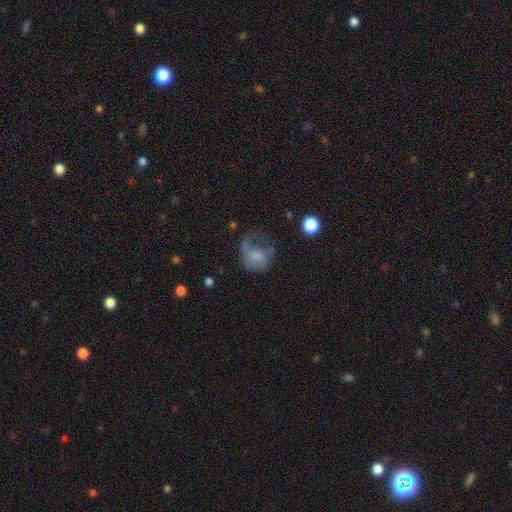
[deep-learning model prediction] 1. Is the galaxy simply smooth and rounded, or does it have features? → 49% smooth, 40% featured or disk, 12% star or artifact.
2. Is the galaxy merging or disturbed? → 49% major disturbance, 26% none, 21% minor disturbance, 4% merger.